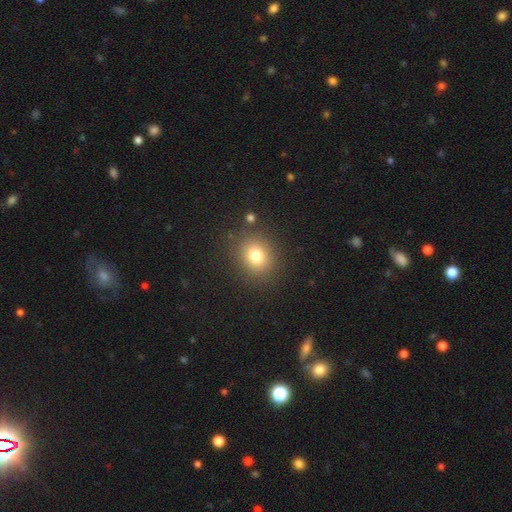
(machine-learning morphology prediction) Smooth or featured? smooth (78%)
How rounded? round (76%)
Merging? none (86%)